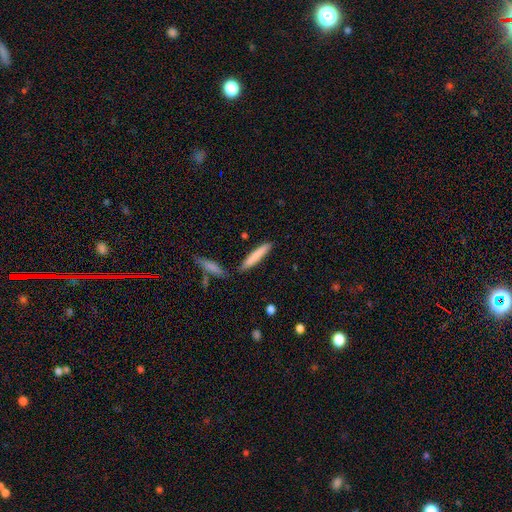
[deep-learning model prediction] Smooth or featured: smooth — 80% (featured or disk — 15%)
How rounded: cigar-shaped — 91% (in between — 8%)
Merging: none — 81% (minor disturbance — 10%)